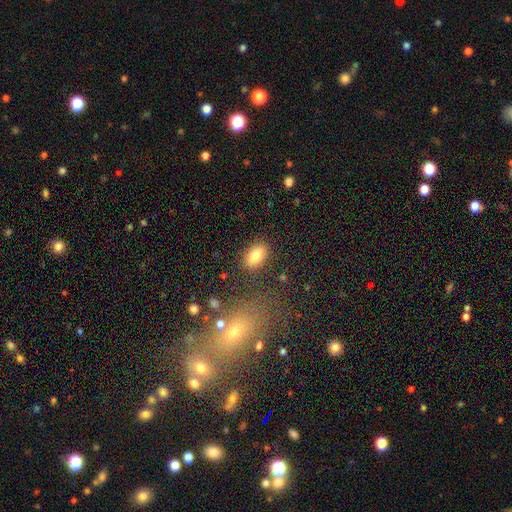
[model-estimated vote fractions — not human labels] Morphology: type=smooth (82%); roundness=in between (89%); merging=none (84%).